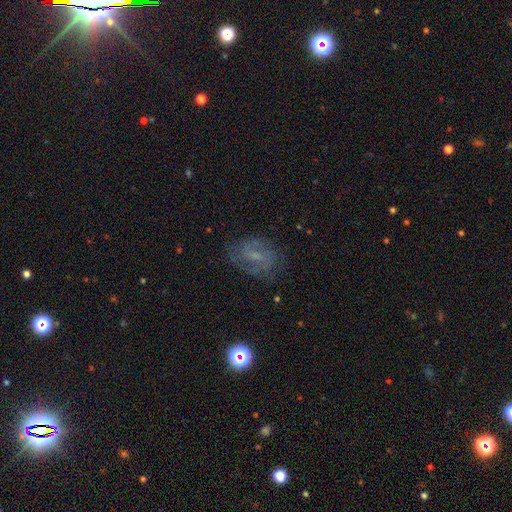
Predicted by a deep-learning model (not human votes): The model was most divided on "spiral winding": medium: 45%, tight: 34%, loose: 20%. Remaining: edge-on disk — no (96%); spiral arms — yes (83%); merging — none (70%); smooth or featured — featured or disk (63%); spiral arm count — 2 (61%); bar — weak (53%); bulge size — small (49%).